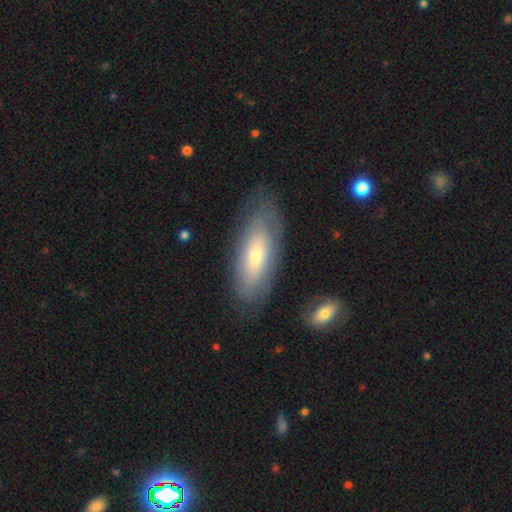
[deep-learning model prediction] This is possibly a smooth galaxy (56%). How rounded: likely in between (75%). Merging: likely none (76%).